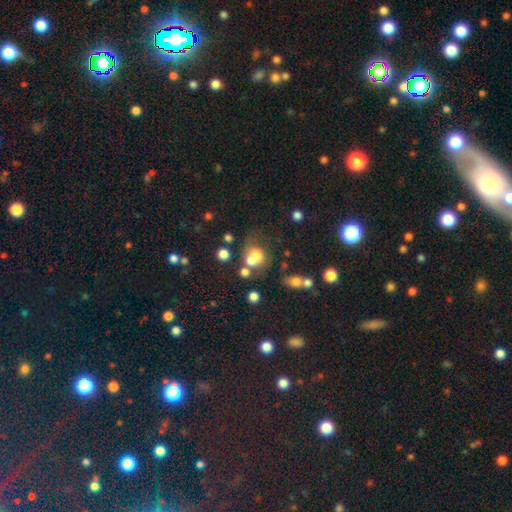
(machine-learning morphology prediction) smooth-or-featured: smooth: 62% | featured or disk: 21% | star or artifact: 16%
  how-rounded: round: 63% | in between: 36% | cigar-shaped: 1%
  merging: merger: 48% | none: 27% | minor disturbance: 13% | major disturbance: 12%